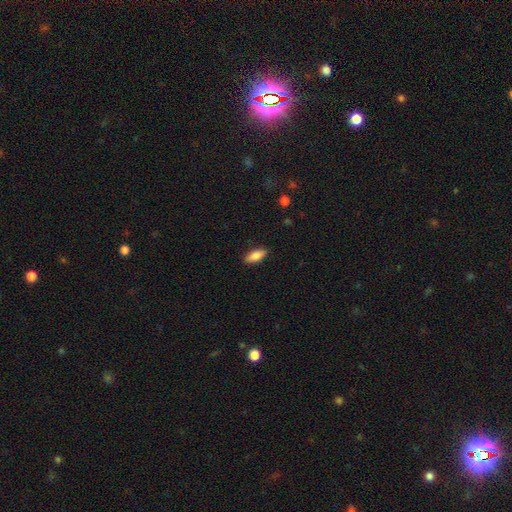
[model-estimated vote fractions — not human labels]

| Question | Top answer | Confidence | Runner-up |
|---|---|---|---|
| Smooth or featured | smooth | 84% | featured or disk (10%) |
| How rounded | in between | 81% | cigar-shaped (16%) |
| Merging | none | 88% | minor disturbance (9%) |